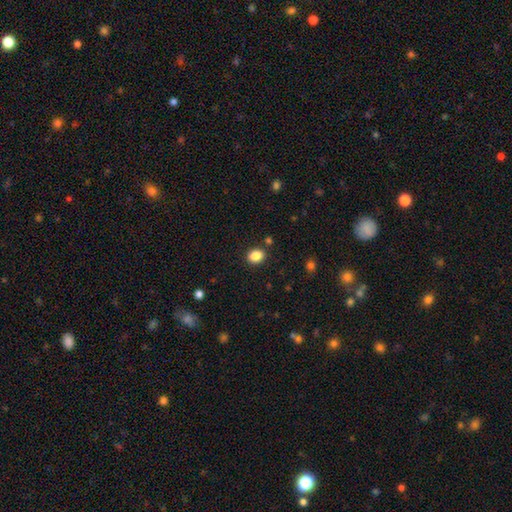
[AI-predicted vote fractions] A smooth galaxy with no disk features (87%) that is in between round and cigar-shaped (55%).

Vote fractions:
- Smooth or featured? smooth: 87% / star or artifact: 10% / featured or disk: 4%
- How rounded? in between: 55% / round: 44% / cigar-shaped: 1%
- Merging? none: 87% / minor disturbance: 8% / merger: 3% / major disturbance: 2%